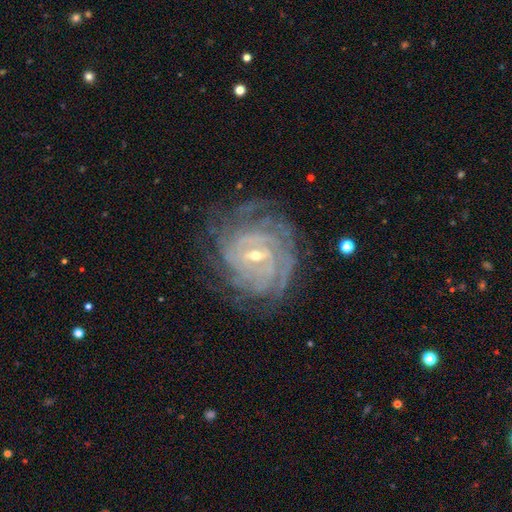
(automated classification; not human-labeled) Q: Smooth or featured?
A: featured or disk (89%); runner-up: star or artifact (6%)
Q: Edge-on disk?
A: no (97%); runner-up: yes (3%)
Q: Bar?
A: weak (55%); runner-up: strong (28%)
Q: Spiral arms?
A: yes (96%); runner-up: no (4%)
Q: Spiral winding?
A: tight (79%); runner-up: medium (18%)
Q: Spiral arm count?
A: can't tell (35%); runner-up: 4 (22%)
Q: Bulge size?
A: small (59%); runner-up: moderate (38%)
Q: Merging?
A: none (72%); runner-up: minor disturbance (18%)